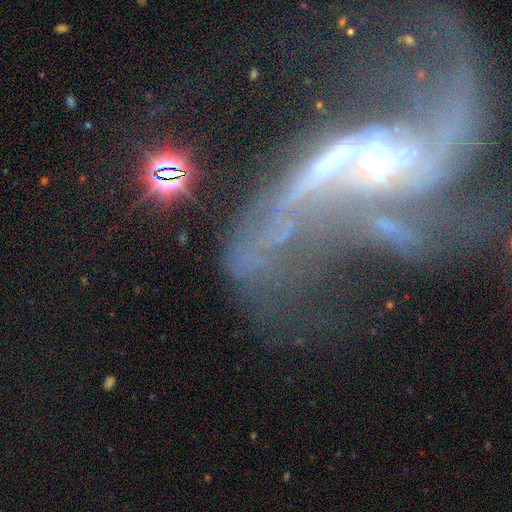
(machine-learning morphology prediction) Q: Smooth or featured?
A: featured or disk (63%); runner-up: star or artifact (22%)
Q: Edge-on disk?
A: no (82%); runner-up: yes (18%)
Q: Bar?
A: no (63%); runner-up: weak (22%)
Q: Spiral arms?
A: no (50%); tied with: yes (50%)
Q: Bulge size?
A: small (40%); runner-up: moderate (30%)
Q: Merging?
A: merger (40%); runner-up: major disturbance (35%)